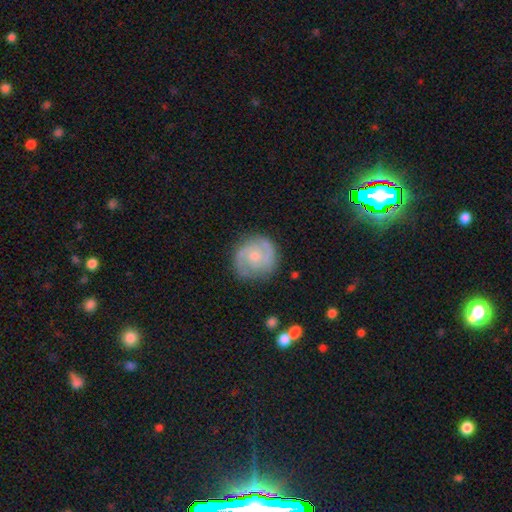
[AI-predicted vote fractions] Smooth or featured? Predicted: featured or disk (p=0.77). Edge-on disk? Predicted: no (p=0.98). Bar? Predicted: no (p=0.64). Spiral arms? Predicted: yes (p=0.94). Spiral winding? Predicted: tight (p=0.45). Spiral arm count? Predicted: 2 (p=0.80). Bulge size? Predicted: small (p=0.57). Merging? Predicted: none (p=0.81).